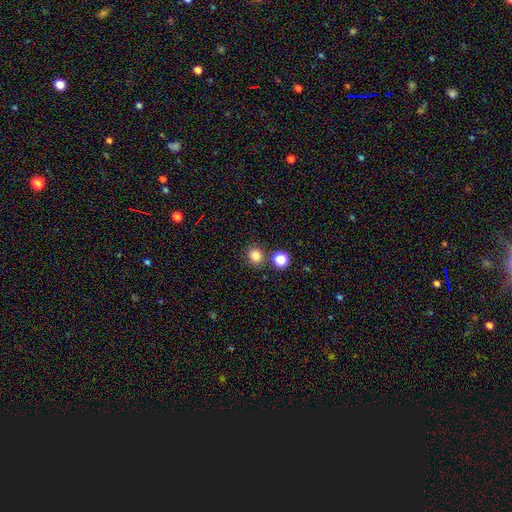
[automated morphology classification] smooth_or_featured: smooth (p=0.82) [alt: star or artifact p=0.13]
how_rounded: round (p=0.81) [alt: in between p=0.18]
merging: none (p=0.78) [alt: merger p=0.10]